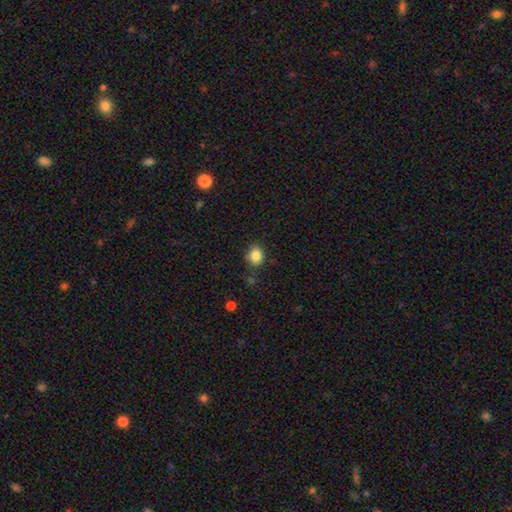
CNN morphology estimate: smooth 84%, star or artifact 11%, featured or disk 5%. Down the decision tree: how rounded — round (64%); merging — none (81%).